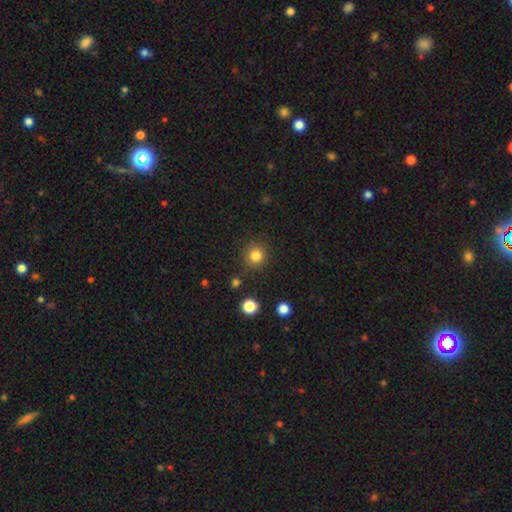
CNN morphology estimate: smooth 83%, star or artifact 12%, featured or disk 4%. Down the decision tree: how rounded — round (94%); merging — none (87%).